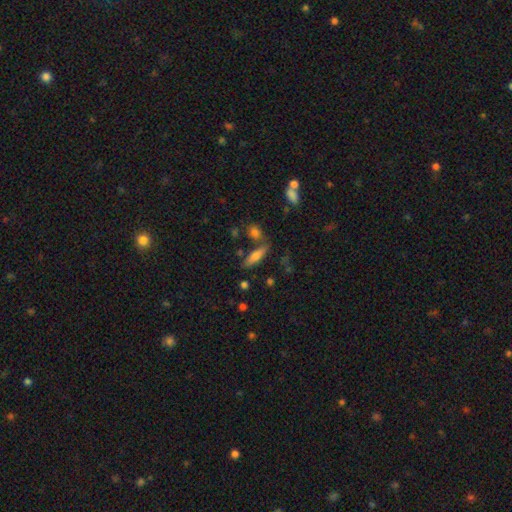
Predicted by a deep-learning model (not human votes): The model was most divided on "how rounded": cigar-shaped: 57%, in between: 40%, round: 3%. More confident: merging — none (70%); smooth or featured — smooth (68%).